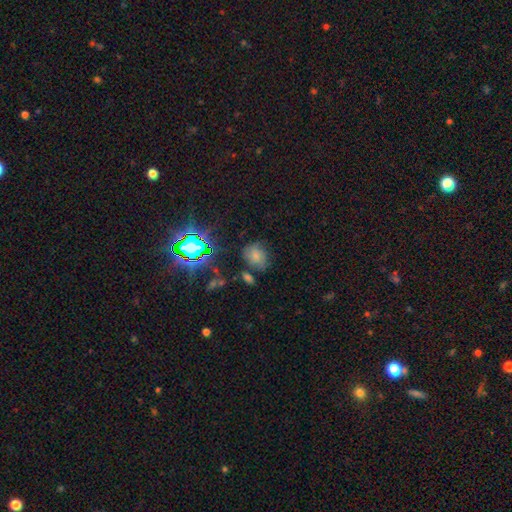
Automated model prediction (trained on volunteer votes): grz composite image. It shows a smooth galaxy with no disk features (64%) that is round (50%). Merging: none (60%).